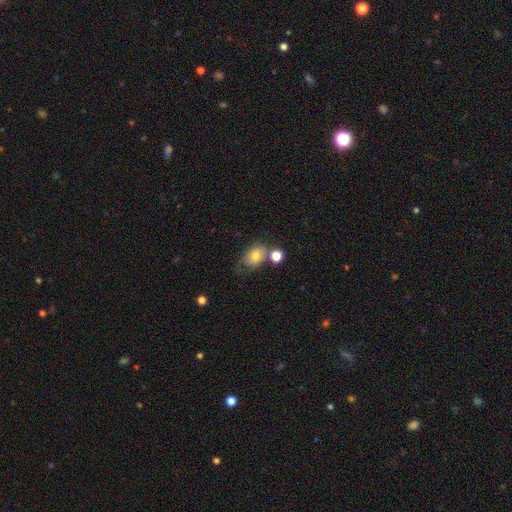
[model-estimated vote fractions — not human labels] Overall: smooth (77%). How rounded: in between (68%; round 31%). Merging: none (49%; minor disturbance 21%).